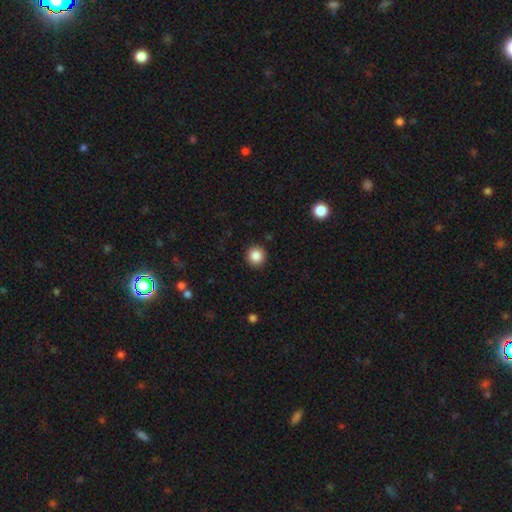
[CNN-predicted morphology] Smooth or featured: smooth — 86% (star or artifact — 10%)
How rounded: round — 95% (in between — 4%)
Merging: none — 92% (minor disturbance — 5%)